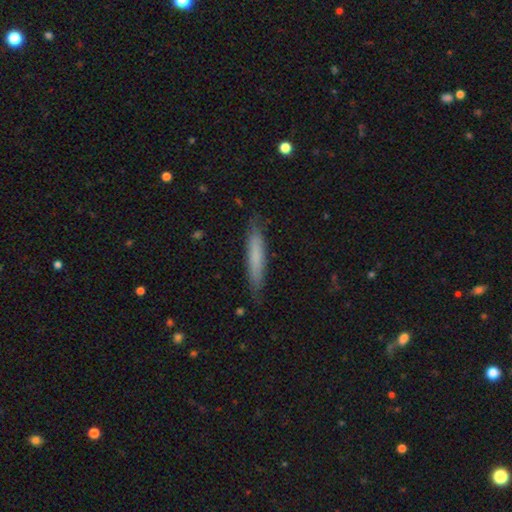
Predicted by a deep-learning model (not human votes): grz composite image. It shows a smooth galaxy with no disk features (71%) that is cigar-shaped (92%). Merging: none (83%).